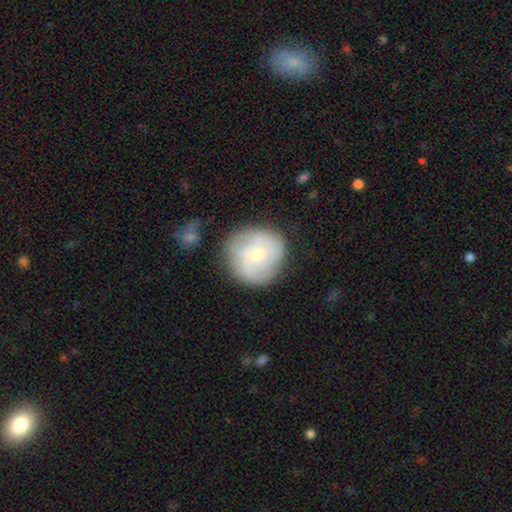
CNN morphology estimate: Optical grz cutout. It shows a featured or disk galaxy (47%, tied with smooth). Merging: none (74%).